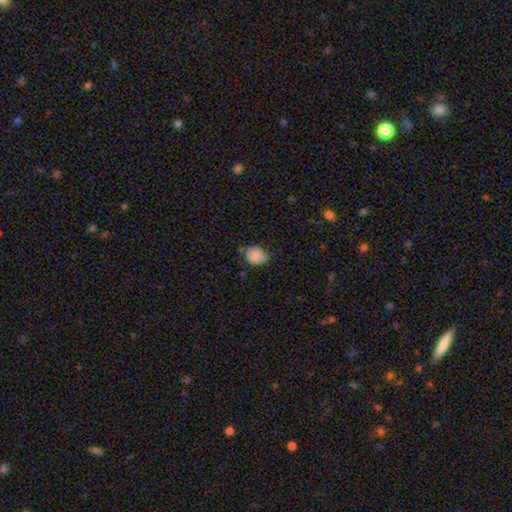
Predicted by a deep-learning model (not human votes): This appears to be a smooth galaxy with no disk features (82%) that is round (50%). Merging: none (65%).